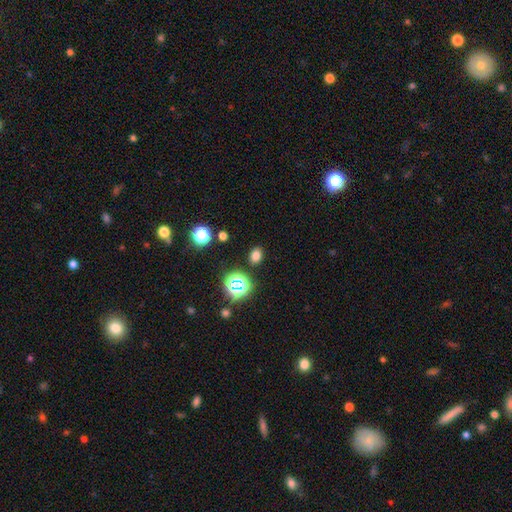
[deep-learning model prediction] Smooth or featured: smooth — 73% (star or artifact — 21%)
How rounded: in between — 65% (round — 34%)
Merging: none — 86% (minor disturbance — 8%)